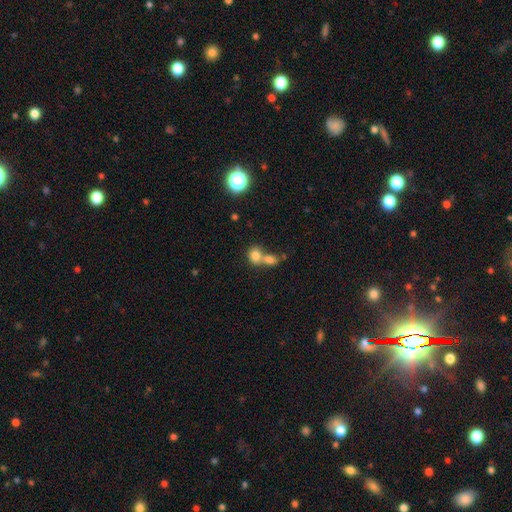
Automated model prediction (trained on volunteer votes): smooth 79%, star or artifact 11%, featured or disk 10%. Down the decision tree: how rounded — round (58%); merging — merger (62%).